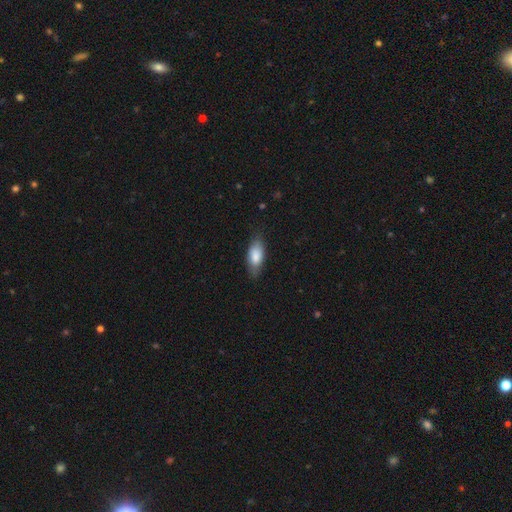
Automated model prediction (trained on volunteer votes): Q: Smooth or featured?
A: smooth (81%); runner-up: featured or disk (13%)
Q: How rounded?
A: in between (82%); runner-up: cigar-shaped (16%)
Q: Merging?
A: none (75%); runner-up: minor disturbance (20%)